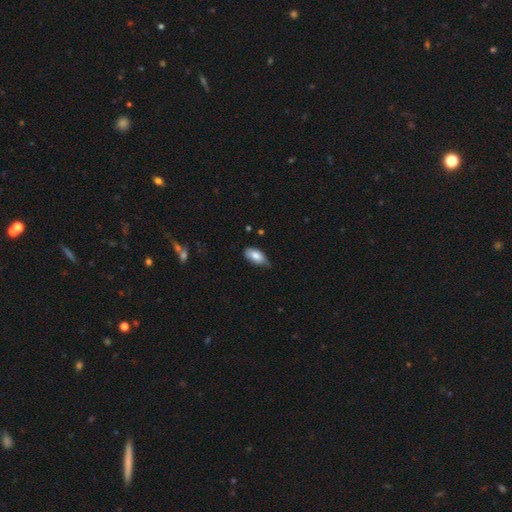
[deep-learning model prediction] A smooth galaxy with no disk features (81%) that is in between round and cigar-shaped (93%).

Vote fractions:
- Smooth or featured? smooth: 81% / featured or disk: 13% / star or artifact: 7%
- How rounded? in between: 93% / cigar-shaped: 4% / round: 3%
- Merging? none: 53% / minor disturbance: 39% / major disturbance: 6% / merger: 2%